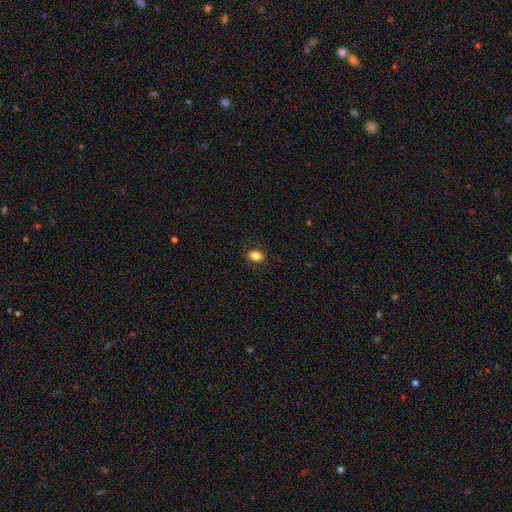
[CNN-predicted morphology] type=smooth (83%); roundness=in between (78%); merging=none (87%).